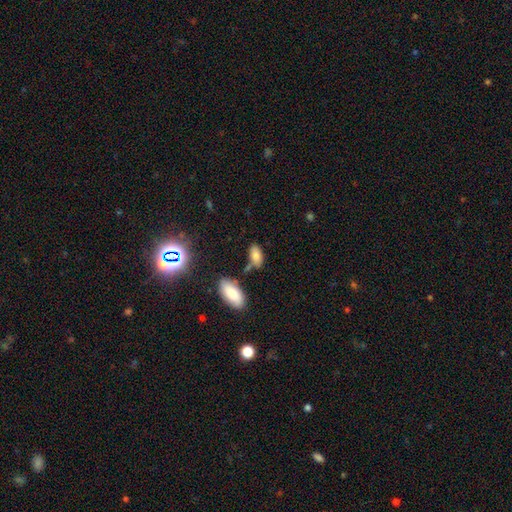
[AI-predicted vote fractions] Smooth or featured? smooth (82%)
How rounded? in between (90%)
Merging? none (62%)